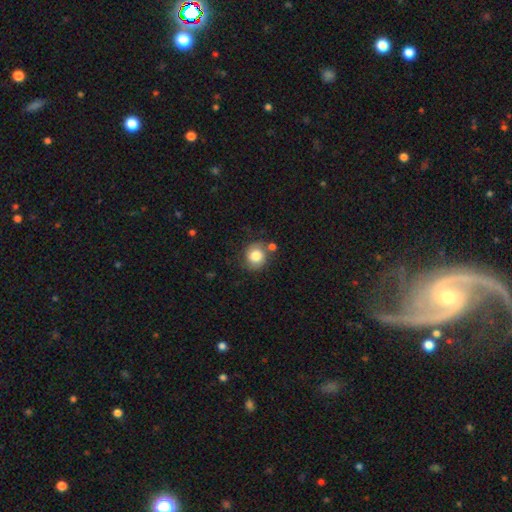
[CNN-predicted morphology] Smooth or featured?
  - smooth: 75% *
  - featured or disk: 17%
  - star or artifact: 9%
How rounded?
  - round: 82% *
  - in between: 17%
  - cigar-shaped: 1%
Merging?
  - none: 65% *
  - minor disturbance: 18%
  - merger: 12%
  - major disturbance: 6%